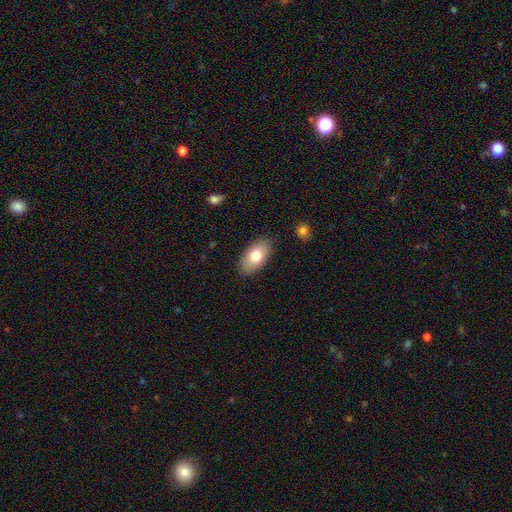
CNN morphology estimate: smooth_or_featured: smooth (p=0.75) [alt: featured or disk p=0.19]
how_rounded: in between (p=0.93) [alt: round p=0.04]
merging: none (p=0.86) [alt: minor disturbance p=0.10]